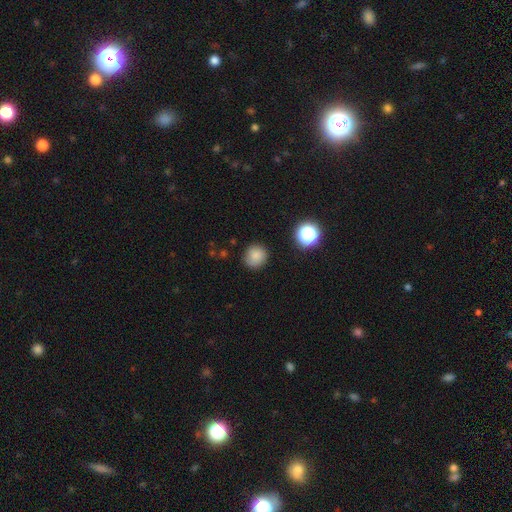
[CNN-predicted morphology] A smooth galaxy with no disk features (82%) that is round (90%). Merging: none (85%).